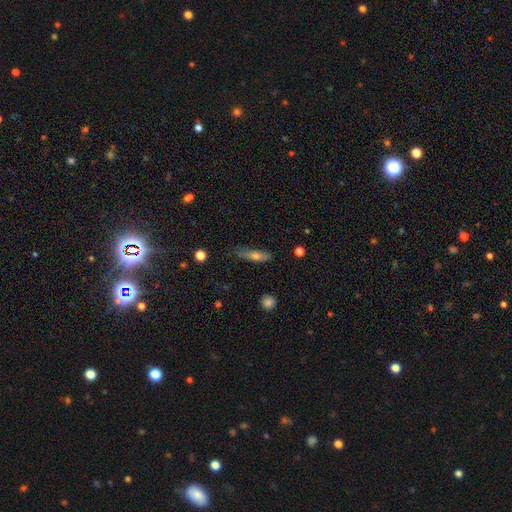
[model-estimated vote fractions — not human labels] Overall: smooth (62%; featured or disk 30%). How rounded: cigar-shaped (71%). Merging: none (72%).